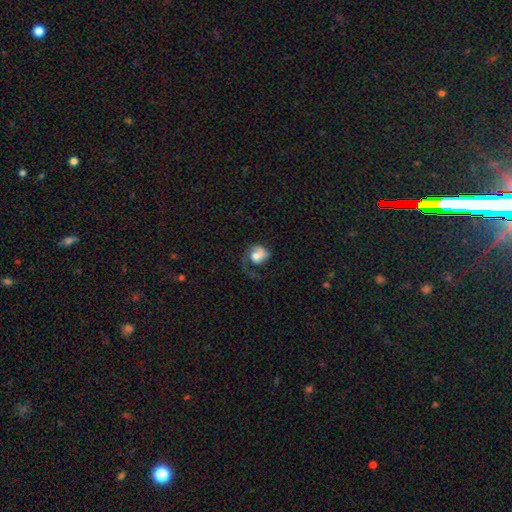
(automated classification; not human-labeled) A featured or disk galaxy (48%).

Vote fractions:
- Smooth or featured? featured or disk: 48% / smooth: 44% / star or artifact: 8%
- Merging? major disturbance: 43% / none: 33% / minor disturbance: 21% / merger: 3%